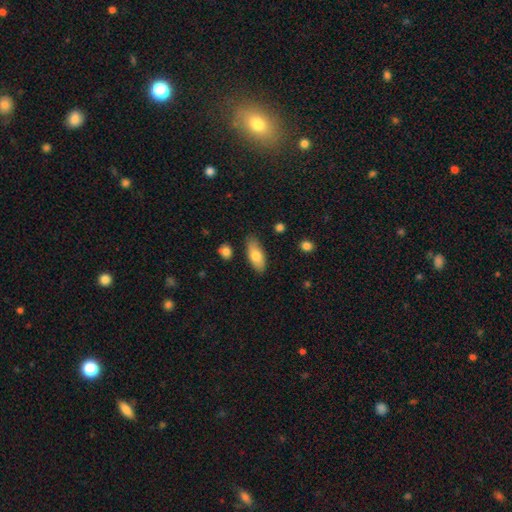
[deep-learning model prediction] Q: Smooth or featured?
A: smooth (77%); runner-up: featured or disk (17%)
Q: How rounded?
A: in between (83%); runner-up: cigar-shaped (14%)
Q: Merging?
A: none (82%); runner-up: minor disturbance (13%)